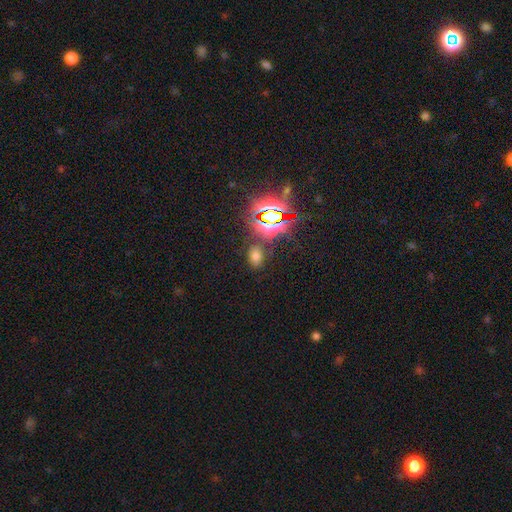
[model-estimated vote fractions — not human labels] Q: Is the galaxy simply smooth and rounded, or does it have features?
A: smooth — 53%.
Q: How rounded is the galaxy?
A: in between — 80%.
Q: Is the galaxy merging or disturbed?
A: none — 78%.